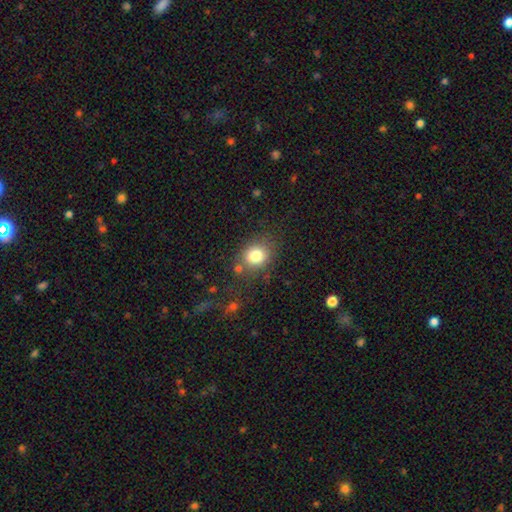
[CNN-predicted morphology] This is likely a smooth galaxy (80%). How rounded: likely round (67%). Merging: likely none (74%).